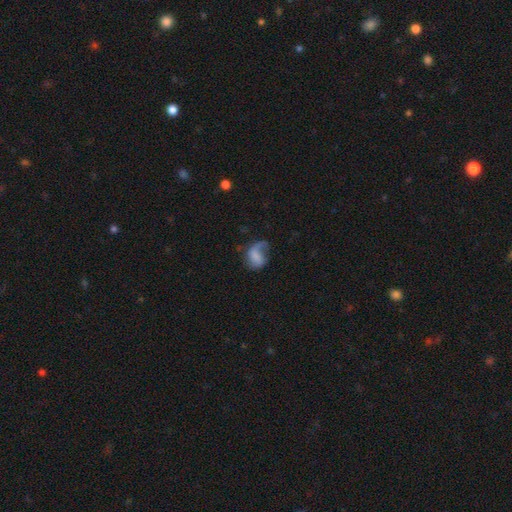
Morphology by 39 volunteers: Q: Smooth or featured?
A: smooth (62%); runner-up: featured or disk (36%)
Q: How rounded?
A: in between (88%); runner-up: round (12%)
Q: Merging?
A: major disturbance (50%); runner-up: none (21%)